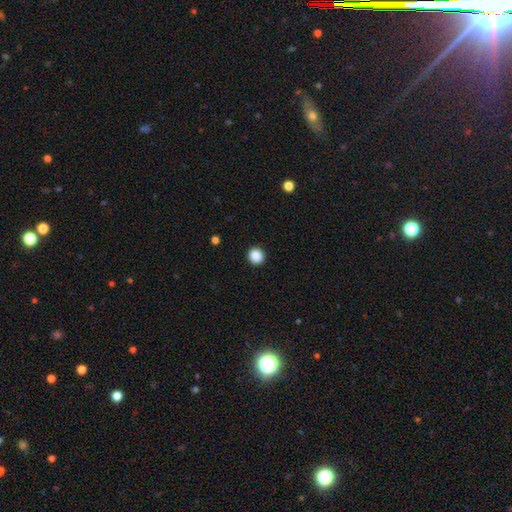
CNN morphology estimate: Smooth or featured?
  - smooth: 88% *
  - star or artifact: 10%
  - featured or disk: 3%
How rounded?
  - round: 94% *
  - in between: 5%
  - cigar-shaped: 1%
Merging?
  - none: 93% *
  - minor disturbance: 4%
  - major disturbance: 2%
  - merger: 1%